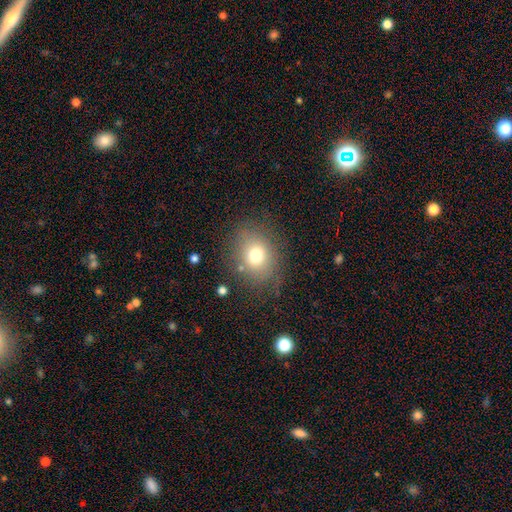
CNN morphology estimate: This is likely a smooth galaxy (72%). How rounded: possibly round (54%). Merging: likely none (76%).